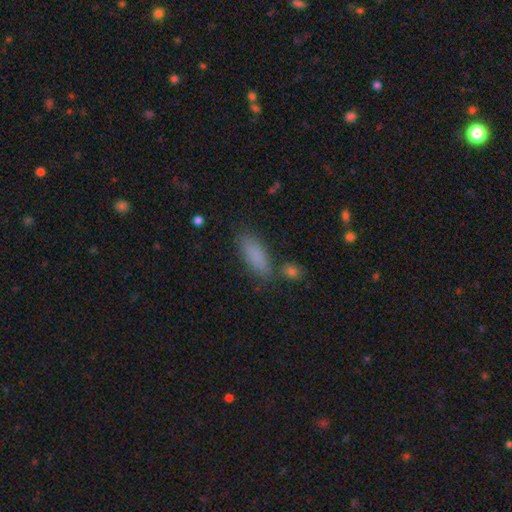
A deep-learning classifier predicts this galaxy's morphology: Smooth or featured? Predicted: smooth (p=0.85). How rounded? Predicted: in between (p=0.65). Merging? Predicted: none (p=0.76).